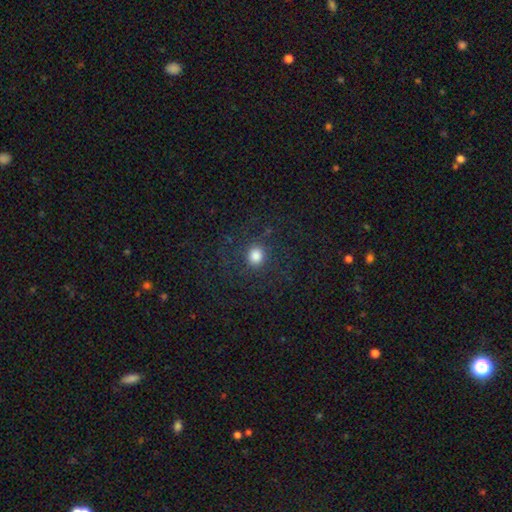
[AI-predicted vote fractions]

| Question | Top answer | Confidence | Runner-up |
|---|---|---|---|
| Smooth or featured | smooth | 72% | star or artifact (16%) |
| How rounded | round | 85% | in between (14%) |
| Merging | none | 82% | minor disturbance (10%) |